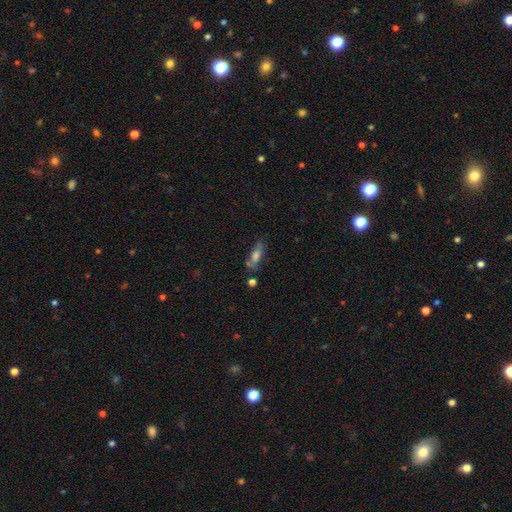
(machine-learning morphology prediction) smooth_or_featured: smooth (p=0.44) [alt: featured or disk p=0.38]
merging: none (p=0.65) [alt: minor disturbance p=0.18]